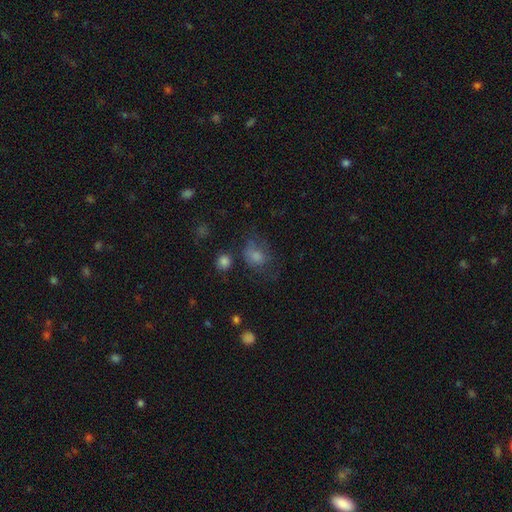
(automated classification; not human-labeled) Q: Smooth or featured?
A: smooth (70%); runner-up: featured or disk (15%)
Q: How rounded?
A: in between (50%); runner-up: round (49%)
Q: Merging?
A: none (39%); runner-up: major disturbance (28%)